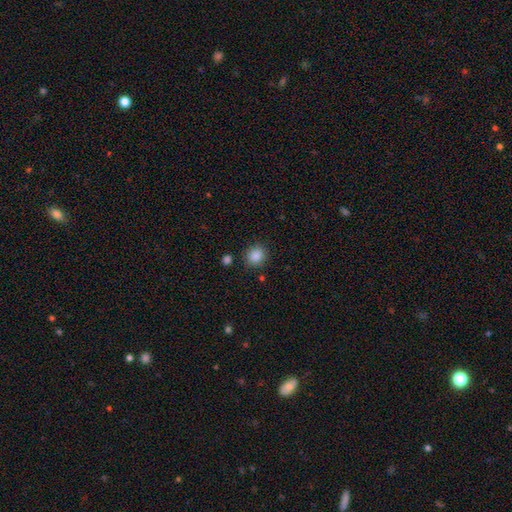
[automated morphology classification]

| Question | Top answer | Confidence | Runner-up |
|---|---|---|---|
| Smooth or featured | smooth | 87% | star or artifact (10%) |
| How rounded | round | 81% | in between (18%) |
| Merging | none | 84% | minor disturbance (10%) |